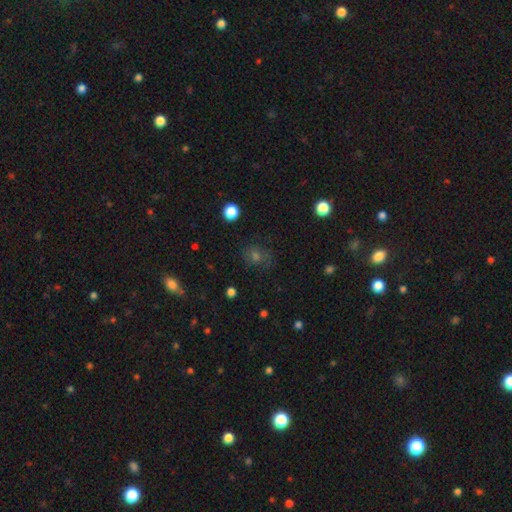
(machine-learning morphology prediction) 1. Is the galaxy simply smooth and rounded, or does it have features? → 52% smooth, 32% star or artifact, 16% featured or disk.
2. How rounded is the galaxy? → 68% round, 31% in between, 1% cigar-shaped.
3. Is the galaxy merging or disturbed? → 74% none, 17% minor disturbance, 8% major disturbance, 2% merger.